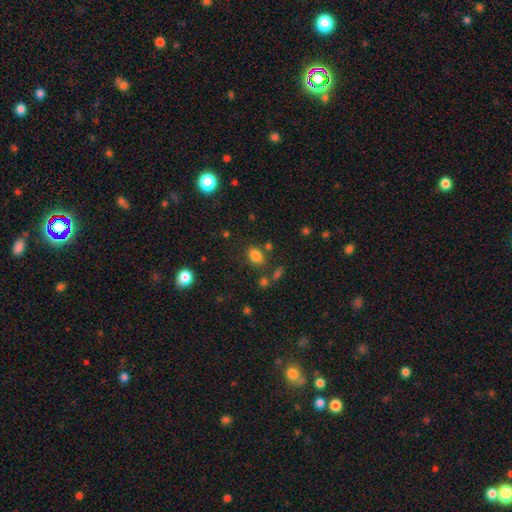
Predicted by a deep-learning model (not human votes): smooth_or_featured: smooth (p=0.81) [alt: star or artifact p=0.13]
how_rounded: in between (p=0.75) [alt: round p=0.24]
merging: none (p=0.74) [alt: minor disturbance p=0.13]